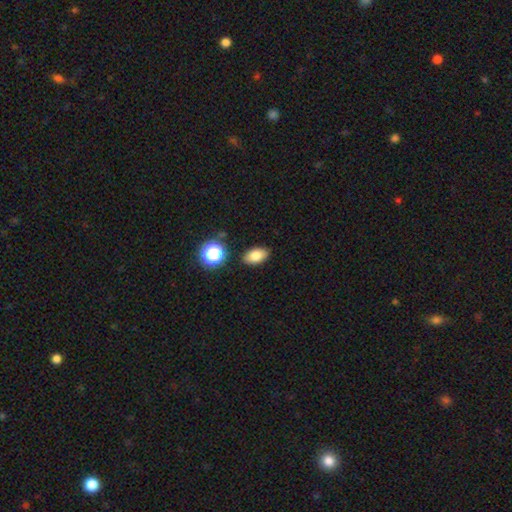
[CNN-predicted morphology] The model was most divided on "smooth or featured": smooth: 79%, star or artifact: 11%, featured or disk: 9%. More confident: how rounded — in between (89%); merging — none (87%).